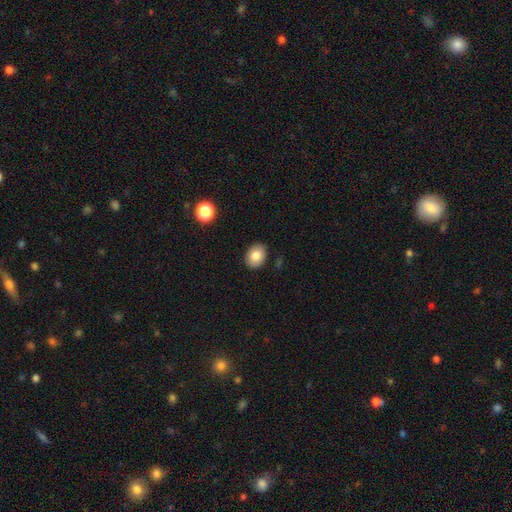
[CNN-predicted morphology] This is clearly a smooth galaxy (82%). How rounded: likely in between (63%). Merging: clearly none (89%).